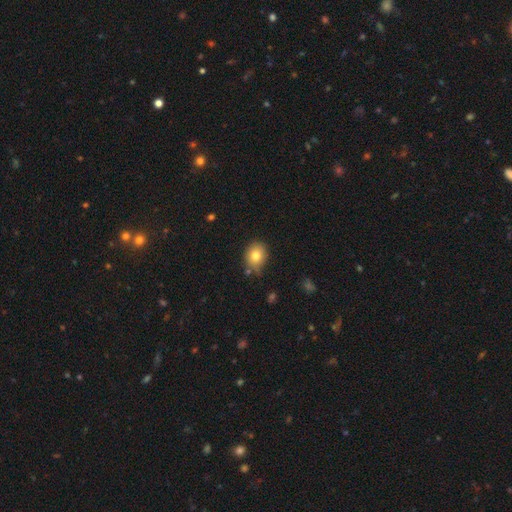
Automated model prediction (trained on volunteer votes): This appears to be a smooth galaxy with no disk features (79%) that is round (54%). Merging: none (71%).